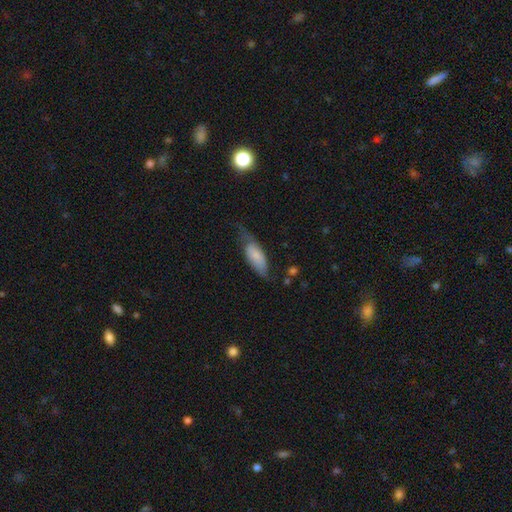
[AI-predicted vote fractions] Morphology: type=smooth (68%); roundness=in between (75%); merging=minor disturbance (38%).